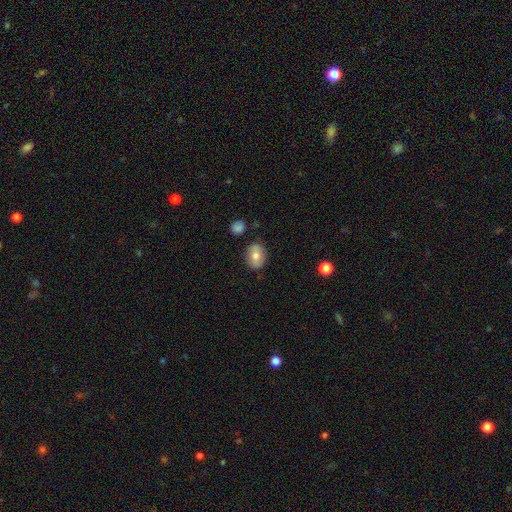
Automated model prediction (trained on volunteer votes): A smooth galaxy with no disk features (73%) that is in between round and cigar-shaped (60%). Merging: none (82%).